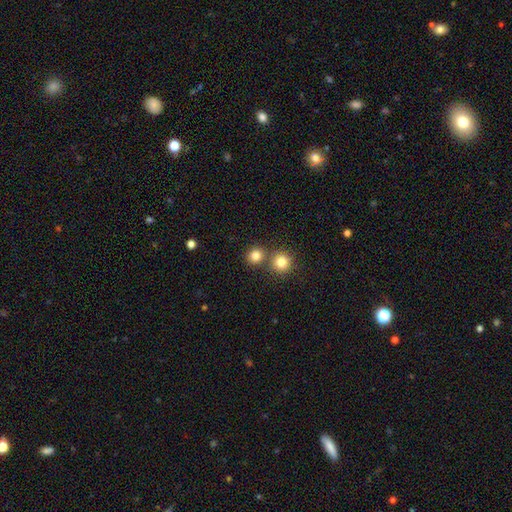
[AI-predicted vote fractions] smooth 81%, star or artifact 13%, featured or disk 6%. Down the decision tree: how rounded — round (88%); merging — none (69%).